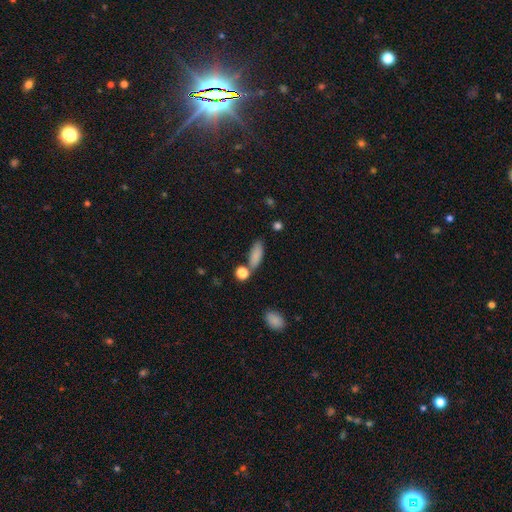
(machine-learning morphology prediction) This is clearly a smooth galaxy (84%). How rounded: likely in between (65%). Merging: likely none (69%).